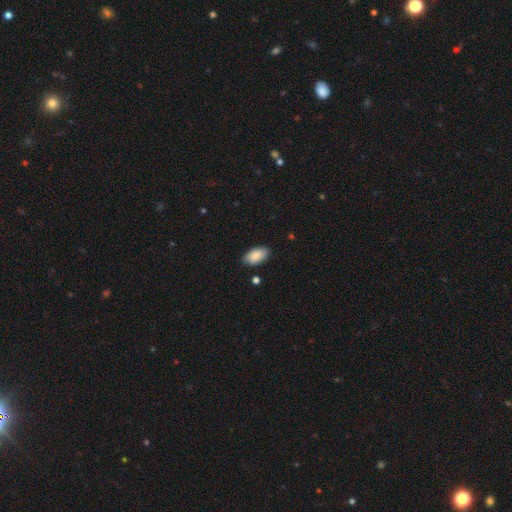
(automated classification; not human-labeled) A smooth galaxy with no disk features (86%) that is in between round and cigar-shaped (95%).

Vote fractions:
- Smooth or featured? smooth: 86% / featured or disk: 8% / star or artifact: 6%
- How rounded? in between: 95% / round: 3% / cigar-shaped: 2%
- Merging? none: 83% / minor disturbance: 13% / major disturbance: 2% / merger: 2%